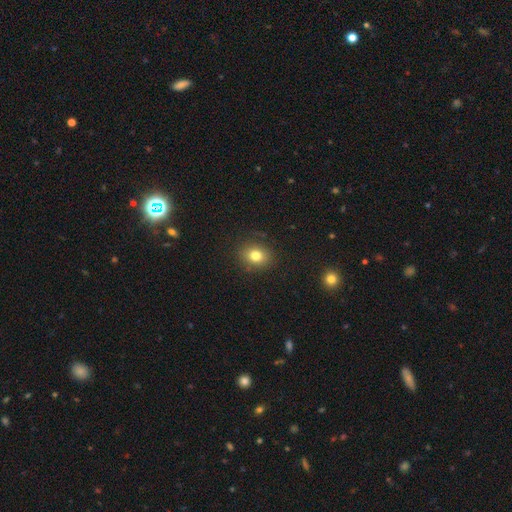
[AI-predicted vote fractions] smooth 80%, star or artifact 12%, featured or disk 8%. Down the decision tree: how rounded — round (53%); merging — none (87%).